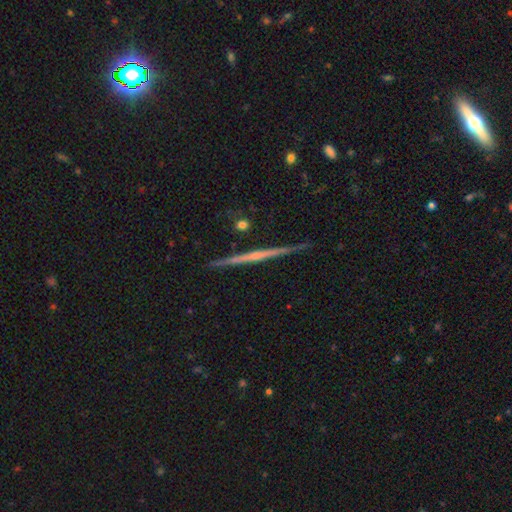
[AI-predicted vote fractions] This is likely a featured or disk galaxy (74%). It is clearly viewed edge-on (98%). Edge-on bulge: possibly none (59%). Merging: clearly none (89%).